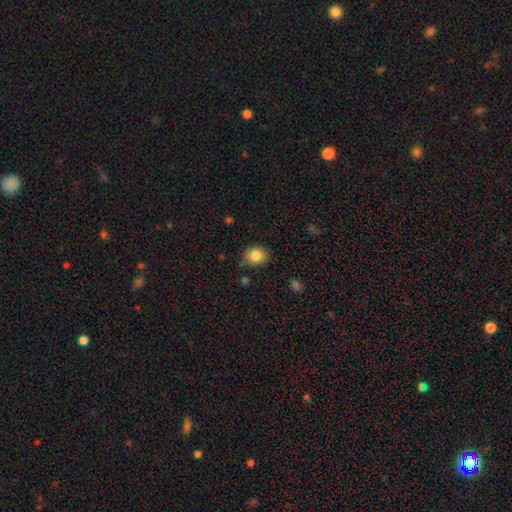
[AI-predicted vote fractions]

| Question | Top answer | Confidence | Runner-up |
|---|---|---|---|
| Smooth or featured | smooth | 84% | star or artifact (9%) |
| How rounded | round | 74% | in between (25%) |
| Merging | none | 83% | minor disturbance (12%) |